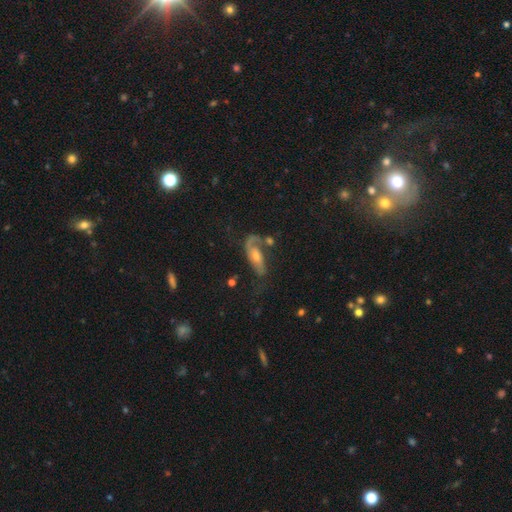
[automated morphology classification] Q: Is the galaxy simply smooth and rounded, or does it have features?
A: featured or disk — 66%.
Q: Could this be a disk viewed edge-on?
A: no — 84%.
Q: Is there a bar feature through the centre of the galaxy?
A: no — 61%.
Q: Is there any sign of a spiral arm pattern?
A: yes — 81%.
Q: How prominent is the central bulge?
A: moderate — 56%.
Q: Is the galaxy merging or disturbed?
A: none — 41%.